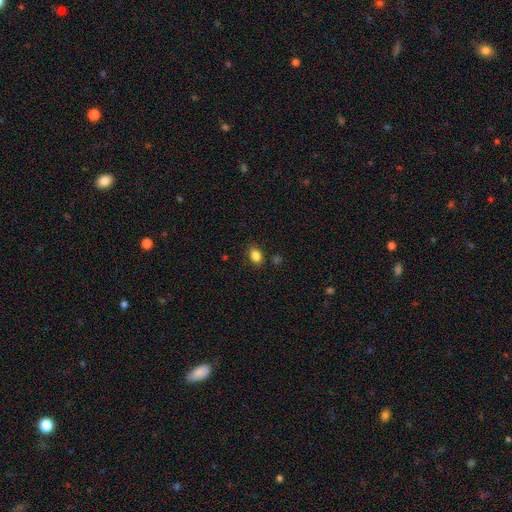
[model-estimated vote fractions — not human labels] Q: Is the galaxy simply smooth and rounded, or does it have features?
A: smooth — 85%.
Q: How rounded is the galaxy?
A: in between — 71%.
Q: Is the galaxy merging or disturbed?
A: none — 85%.